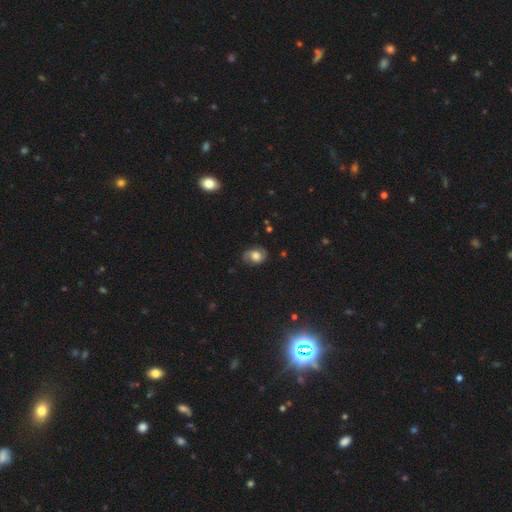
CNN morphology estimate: This is possibly a featured or disk galaxy (53%). It is clearly not viewed edge-on (96%). Bar: likely no (65%). Spiral arm pattern: clearly yes (87%). Central bulge: marginally large (42%). Merging: likely none (75%).